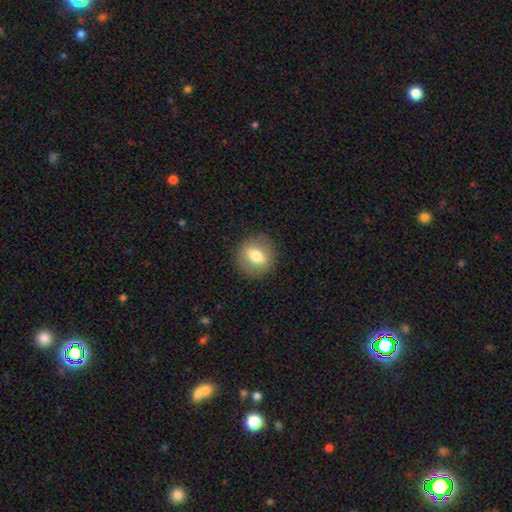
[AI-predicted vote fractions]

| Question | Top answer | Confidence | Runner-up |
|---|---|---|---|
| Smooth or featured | smooth | 67% | featured or disk (25%) |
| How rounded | round | 79% | in between (19%) |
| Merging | none | 88% | minor disturbance (8%) |